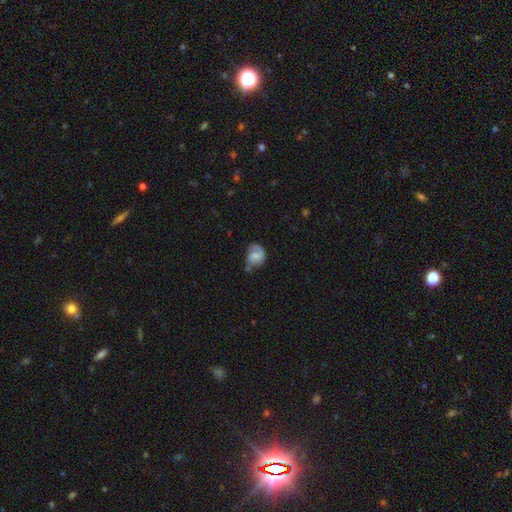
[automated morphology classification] Smooth or featured? Predicted: featured or disk (p=0.46). Merging? Predicted: none (p=0.45).